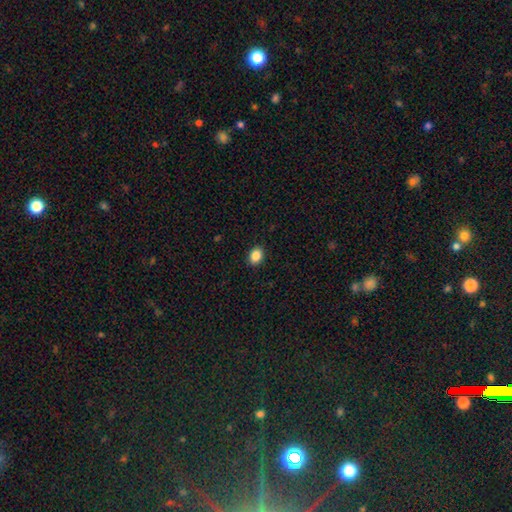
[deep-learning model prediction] Smooth or featured? Predicted: smooth (p=0.87). How rounded? Predicted: in between (p=0.61). Merging? Predicted: none (p=0.91).